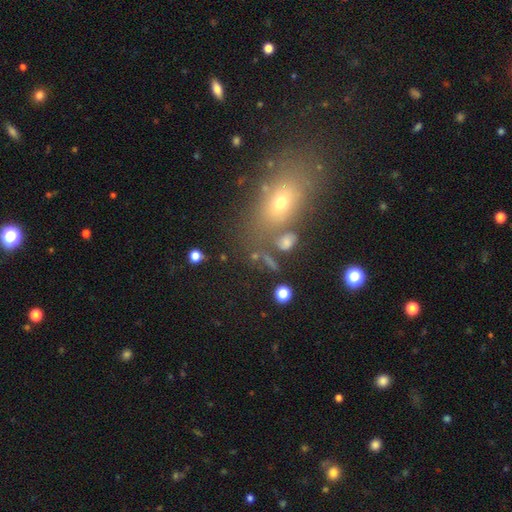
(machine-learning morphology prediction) Overall: smooth (54%; star or artifact 26%). How rounded: in between (55%; round 32%). Merging: none (60%).